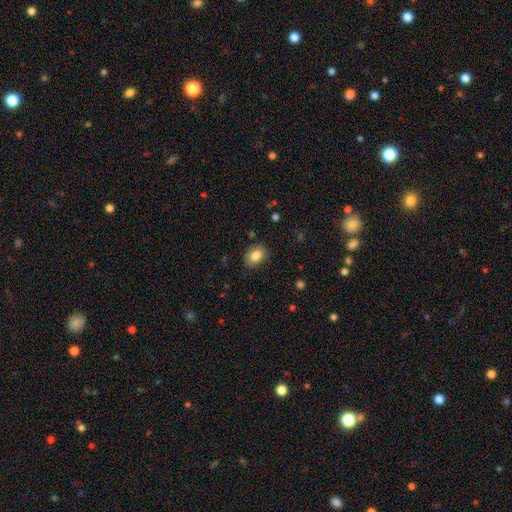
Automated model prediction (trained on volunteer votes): This is clearly a smooth galaxy (83%). How rounded: likely in between (74%). Merging: clearly none (84%).